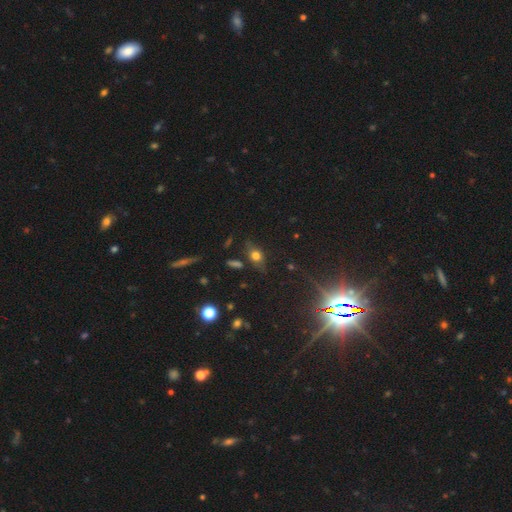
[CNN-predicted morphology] Q: Smooth or featured?
A: smooth (63%); runner-up: featured or disk (19%)
Q: How rounded?
A: in between (61%); runner-up: round (32%)
Q: Merging?
A: none (69%); runner-up: minor disturbance (20%)